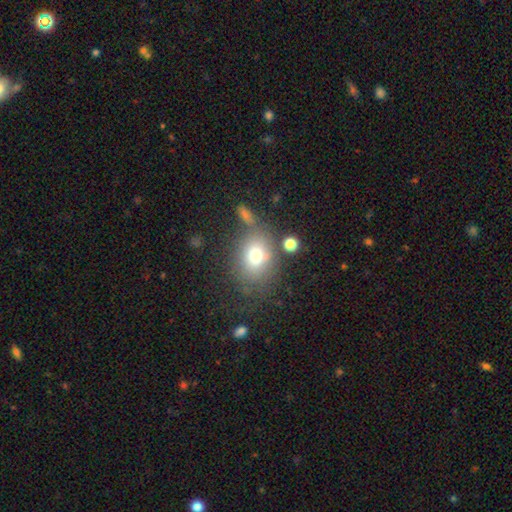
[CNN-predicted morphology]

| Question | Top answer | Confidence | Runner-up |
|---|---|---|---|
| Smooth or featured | smooth | 73% | featured or disk (15%) |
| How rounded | in between | 53% | round (46%) |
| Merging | none | 61% | minor disturbance (17%) |